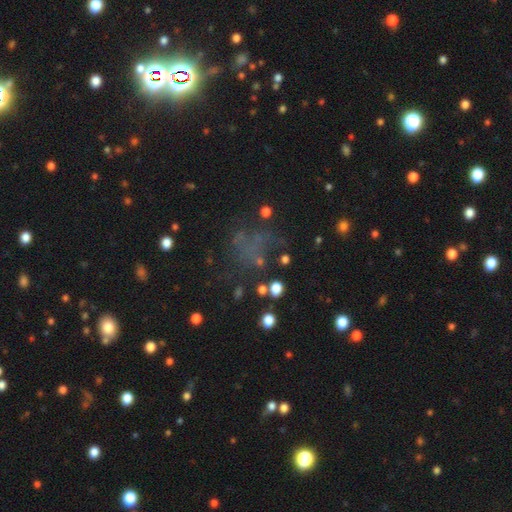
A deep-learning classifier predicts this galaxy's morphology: star or artifact 45%, smooth 34%, featured or disk 21%.